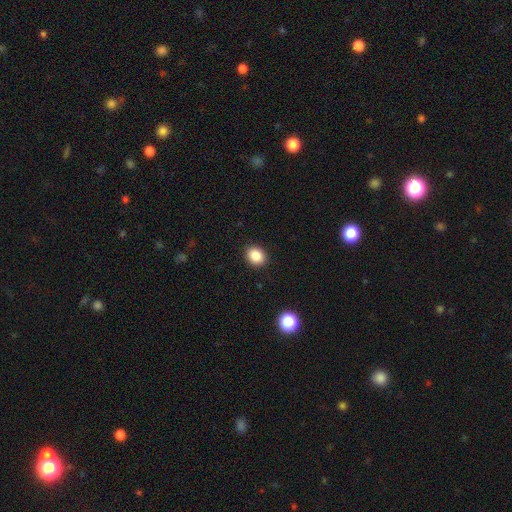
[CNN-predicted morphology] Q: Smooth or featured?
A: smooth (87%); runner-up: star or artifact (9%)
Q: How rounded?
A: round (53%); runner-up: in between (46%)
Q: Merging?
A: none (90%); runner-up: minor disturbance (7%)